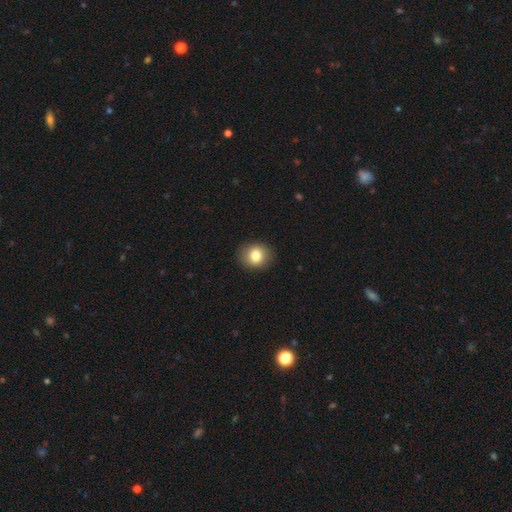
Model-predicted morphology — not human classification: A smooth galaxy with no disk features (81%) that is round (75%).

Vote fractions:
- Smooth or featured? smooth: 81% / featured or disk: 10% / star or artifact: 9%
- How rounded? round: 75% / in between: 25% / cigar-shaped: 1%
- Merging? none: 90% / minor disturbance: 7% / major disturbance: 2% / merger: 1%